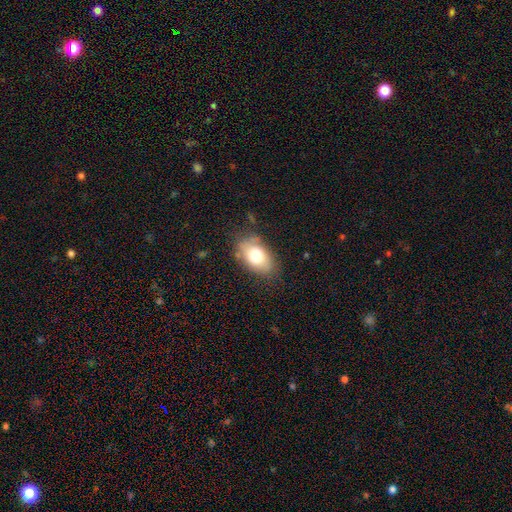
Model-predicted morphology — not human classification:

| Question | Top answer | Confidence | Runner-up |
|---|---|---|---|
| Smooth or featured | smooth | 74% | featured or disk (19%) |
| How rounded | in between | 91% | round (7%) |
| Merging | none | 71% | minor disturbance (21%) |